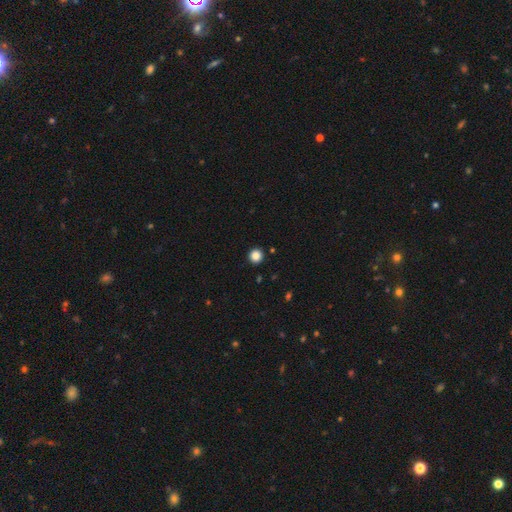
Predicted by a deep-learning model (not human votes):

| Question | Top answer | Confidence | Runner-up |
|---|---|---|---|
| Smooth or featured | smooth | 86% | star or artifact (11%) |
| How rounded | round | 95% | in between (4%) |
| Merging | none | 93% | minor disturbance (4%) |